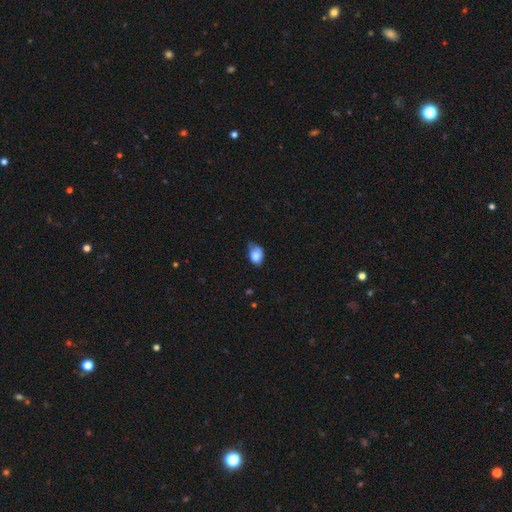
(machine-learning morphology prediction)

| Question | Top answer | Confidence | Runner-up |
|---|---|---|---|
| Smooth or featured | smooth | 78% | featured or disk (14%) |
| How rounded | in between | 80% | round (19%) |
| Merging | minor disturbance | 46% | none (33%) |